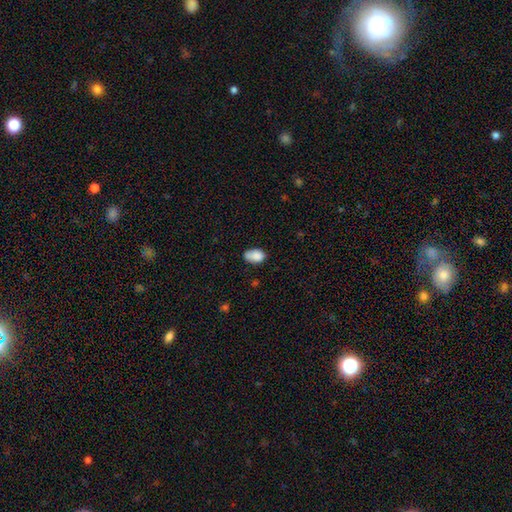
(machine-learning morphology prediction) Overall: smooth (85%). How rounded: in between (88%). Merging: none (58%; minor disturbance 30%).